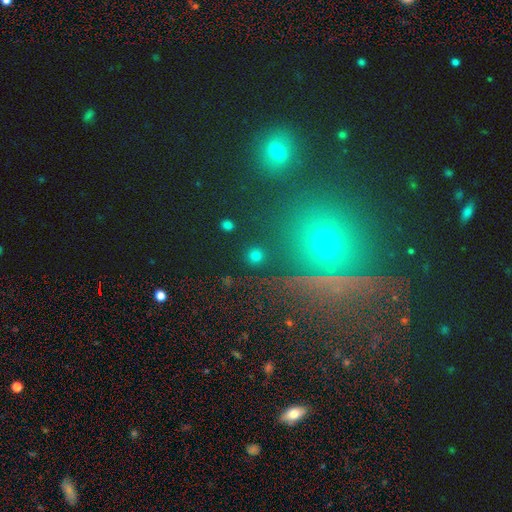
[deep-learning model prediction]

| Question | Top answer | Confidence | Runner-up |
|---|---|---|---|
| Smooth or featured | smooth | 76% | star or artifact (20%) |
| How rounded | round | 93% | in between (5%) |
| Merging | none | 90% | minor disturbance (5%) |